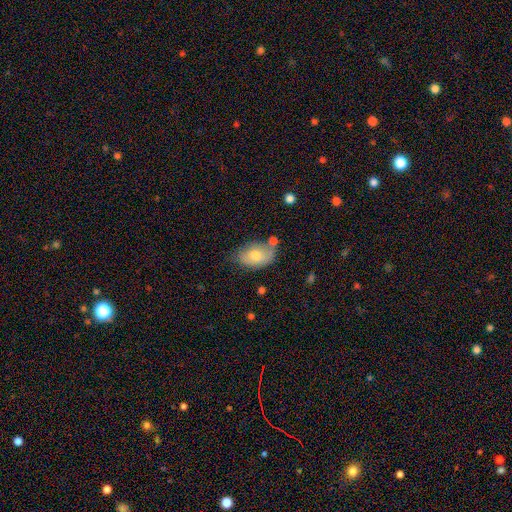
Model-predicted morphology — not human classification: Smooth or featured: smooth — 66% (featured or disk — 26%)
How rounded: in between — 87% (round — 11%)
Merging: none — 54% (minor disturbance — 28%)